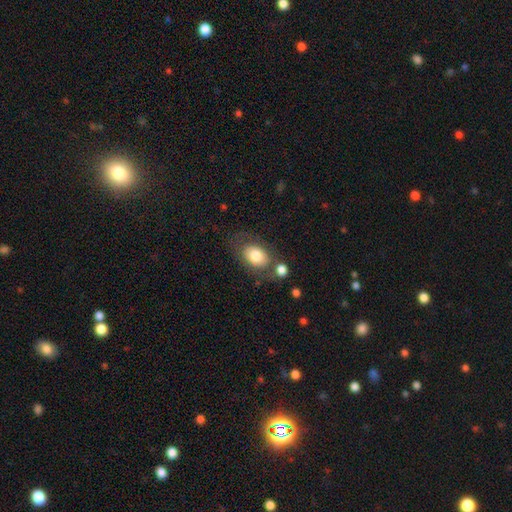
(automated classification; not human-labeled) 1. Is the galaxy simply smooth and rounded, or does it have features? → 76% smooth, 17% featured or disk, 8% star or artifact.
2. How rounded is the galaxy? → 80% in between, 18% round, 1% cigar-shaped.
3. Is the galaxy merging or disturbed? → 60% none, 17% minor disturbance, 13% merger, 9% major disturbance.